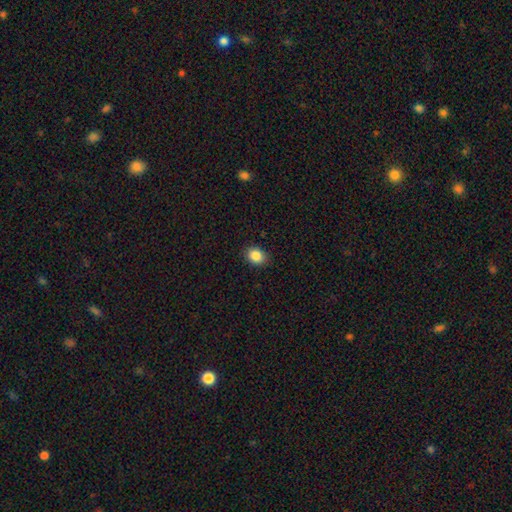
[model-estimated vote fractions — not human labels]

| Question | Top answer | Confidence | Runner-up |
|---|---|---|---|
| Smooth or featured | smooth | 86% | star or artifact (9%) |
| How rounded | round | 50% | in between (49%) |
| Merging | none | 89% | minor disturbance (8%) |